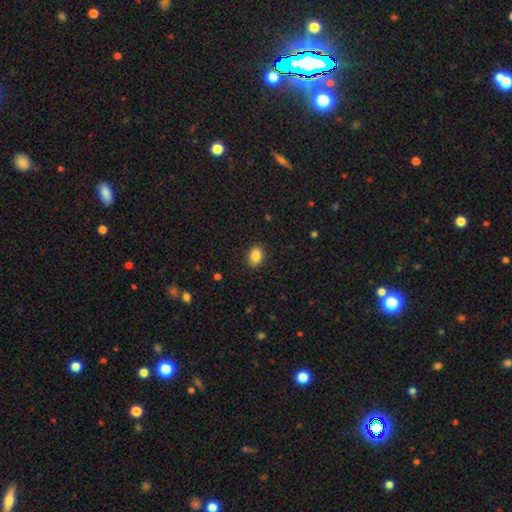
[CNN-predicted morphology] A smooth galaxy with no disk features (86%) that is in between round and cigar-shaped (63%). Merging: none (89%).